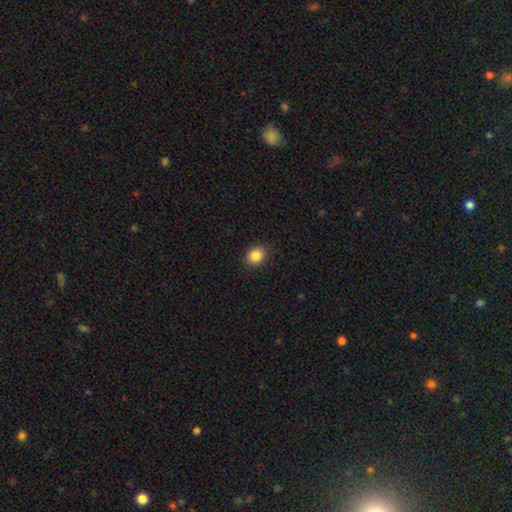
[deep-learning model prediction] smooth 86%, star or artifact 10%, featured or disk 4%. Down the decision tree: how rounded — round (62%); merging — none (90%).